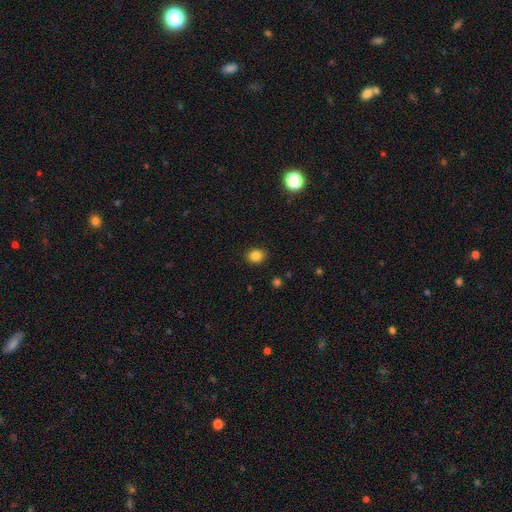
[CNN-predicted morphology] Smooth or featured?
  - smooth: 84% *
  - star or artifact: 11%
  - featured or disk: 5%
How rounded?
  - round: 57% *
  - in between: 42%
  - cigar-shaped: 1%
Merging?
  - none: 89% *
  - minor disturbance: 8%
  - major disturbance: 2%
  - merger: 1%